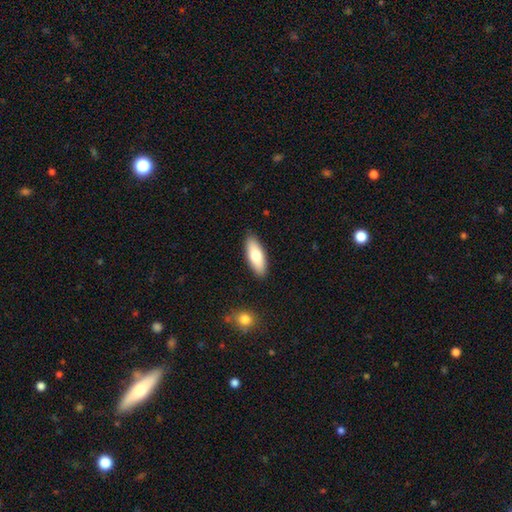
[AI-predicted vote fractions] smooth 74%, featured or disk 21%, star or artifact 6%. Down the decision tree: how rounded — in between (68%); merging — none (88%).